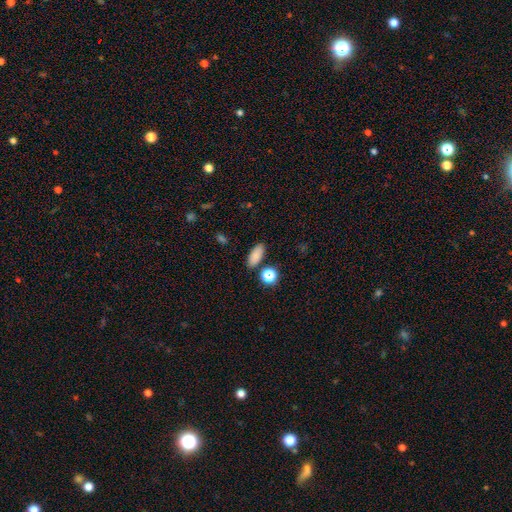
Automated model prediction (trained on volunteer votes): smooth 83%, star or artifact 11%, featured or disk 6%. Down the decision tree: how rounded — in between (79%); merging — none (83%).